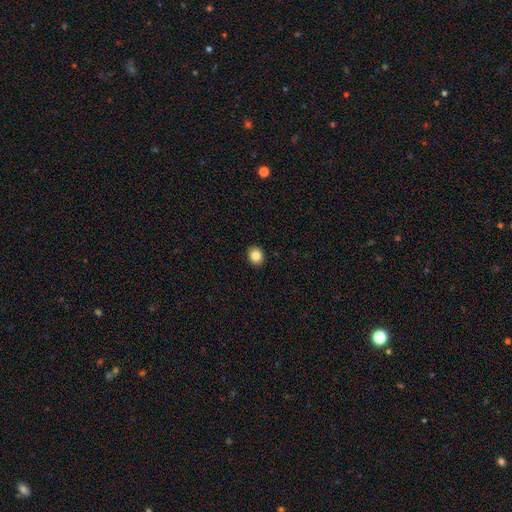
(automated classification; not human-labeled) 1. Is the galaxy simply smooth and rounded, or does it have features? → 85% smooth, 10% star or artifact, 5% featured or disk.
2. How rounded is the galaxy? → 67% round, 32% in between, 1% cigar-shaped.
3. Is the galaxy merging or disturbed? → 92% none, 6% minor disturbance, 2% major disturbance, 1% merger.